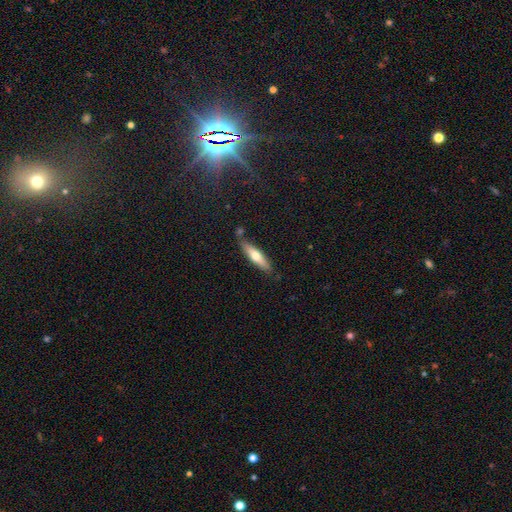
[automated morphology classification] smooth 59%, featured or disk 35%, star or artifact 6%. Down the decision tree: how rounded — cigar-shaped (74%); merging — none (78%).